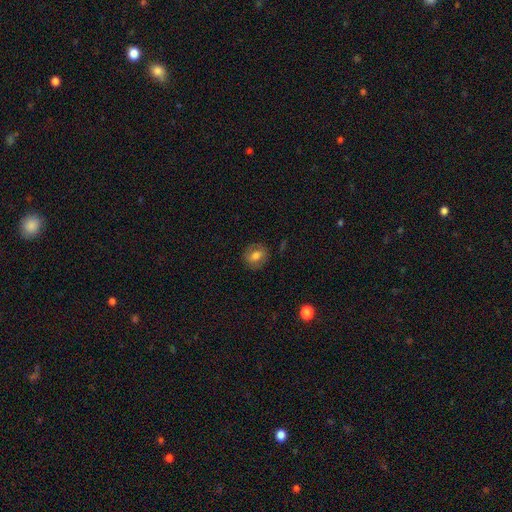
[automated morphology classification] Q: Smooth or featured?
A: smooth (71%); runner-up: featured or disk (20%)
Q: How rounded?
A: round (66%); runner-up: in between (33%)
Q: Merging?
A: none (84%); runner-up: minor disturbance (12%)